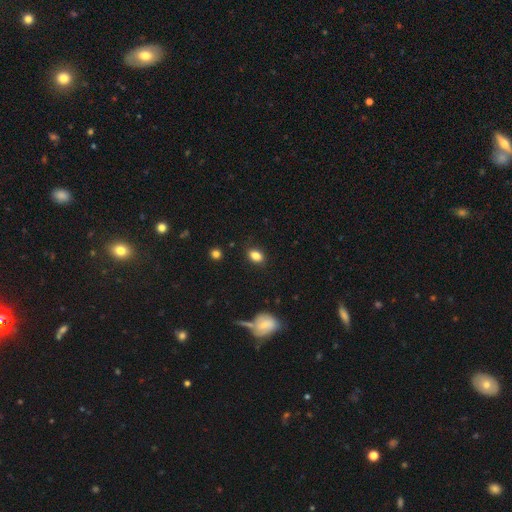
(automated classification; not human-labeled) Smooth or featured?
  - smooth: 84% *
  - star or artifact: 10%
  - featured or disk: 7%
How rounded?
  - in between: 77% *
  - round: 21%
  - cigar-shaped: 2%
Merging?
  - none: 84% *
  - minor disturbance: 11%
  - major disturbance: 3%
  - merger: 2%